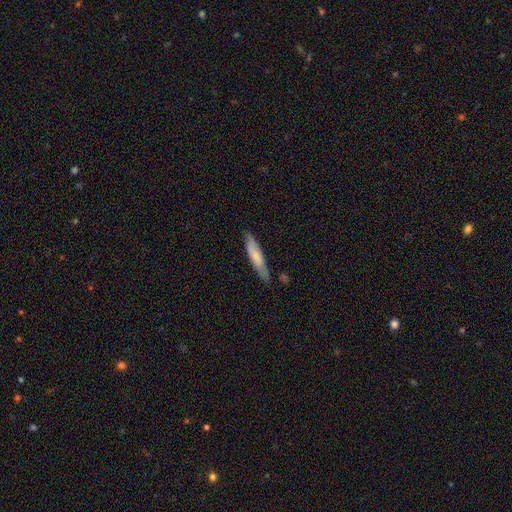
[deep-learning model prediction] Smooth or featured? Predicted: smooth (p=0.66). How rounded? Predicted: cigar-shaped (p=0.85). Merging? Predicted: none (p=0.78).